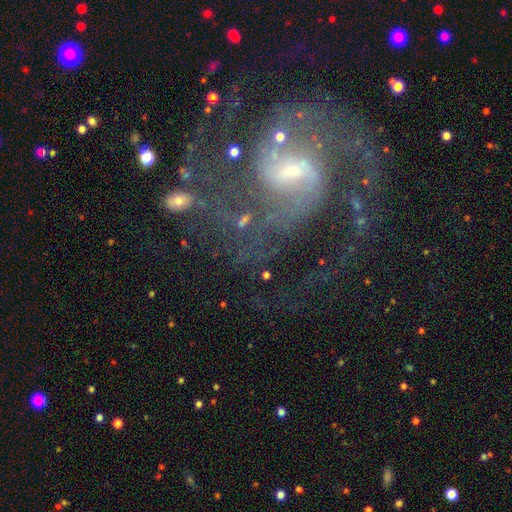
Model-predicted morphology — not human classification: Smooth or featured? featured or disk (91%)
Edge-on disk? no (98%)
Bar? weak (58%)
Spiral arms? yes (98%)
Spiral winding? medium (58%)
Spiral arm count? 2 (75%)
Bulge size? small (54%)
Merging? none (69%)